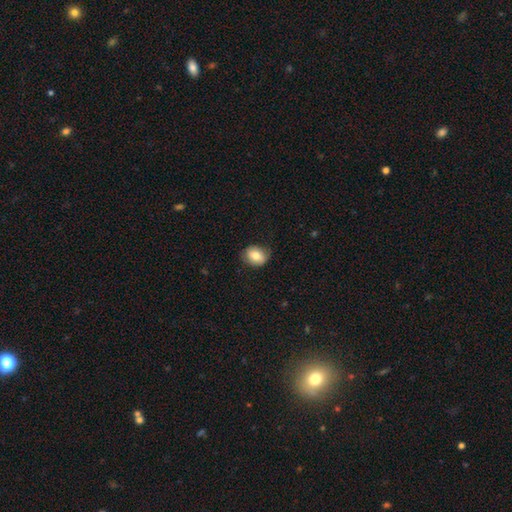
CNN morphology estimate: The model was most divided on "how rounded": in between: 51%, round: 48%, cigar-shaped: 1%. More confident: merging — none (76%); smooth or featured — smooth (76%).